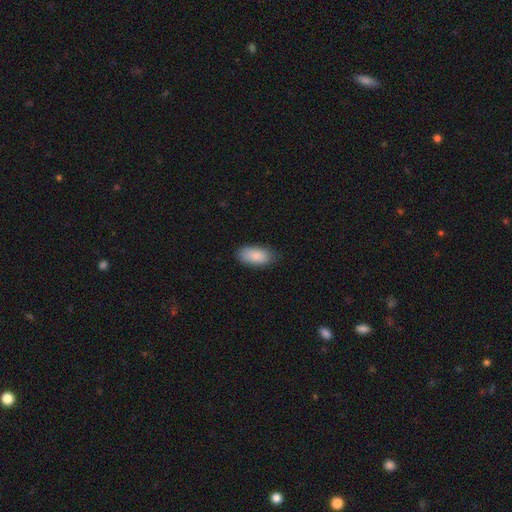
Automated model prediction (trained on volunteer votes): Smooth or featured?
  - smooth: 89% *
  - star or artifact: 6%
  - featured or disk: 5%
How rounded?
  - in between: 92% *
  - cigar-shaped: 5%
  - round: 3%
Merging?
  - none: 80% *
  - minor disturbance: 16%
  - major disturbance: 3%
  - merger: 1%